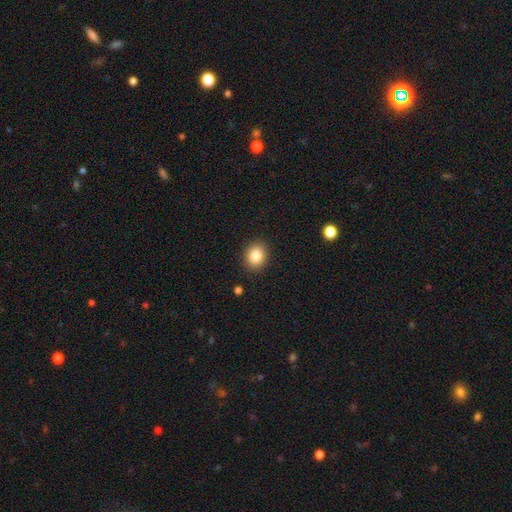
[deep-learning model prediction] Smooth or featured? Predicted: smooth (p=0.85). How rounded? Predicted: round (p=0.58). Merging? Predicted: none (p=0.89).